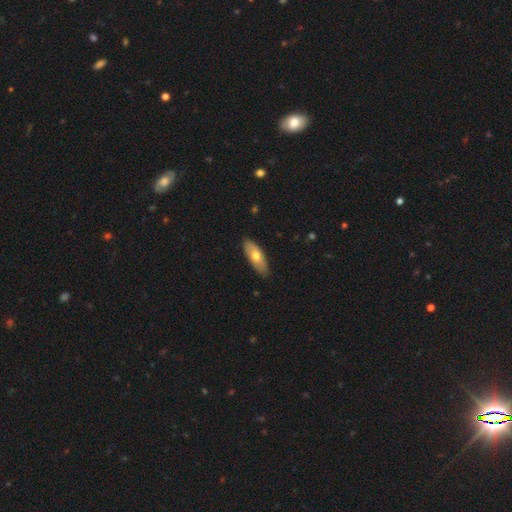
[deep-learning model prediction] smooth-or-featured: smooth: 63% | featured or disk: 31% | star or artifact: 5%
  how-rounded: in between: 74% | cigar-shaped: 23% | round: 3%
  merging: none: 85% | minor disturbance: 12% | major disturbance: 2% | merger: 1%